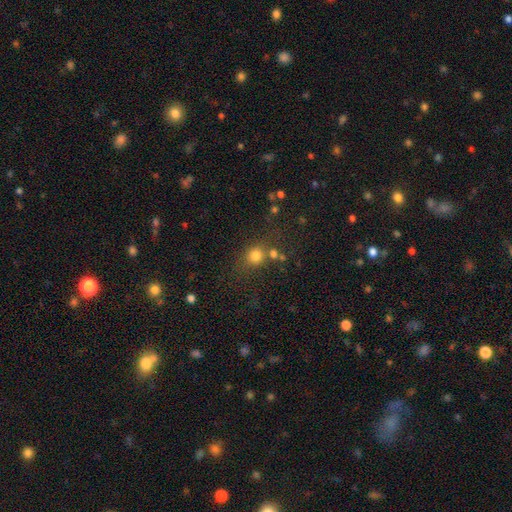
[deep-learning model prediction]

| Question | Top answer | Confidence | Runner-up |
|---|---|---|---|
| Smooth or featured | smooth | 76% | star or artifact (16%) |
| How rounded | round | 78% | in between (20%) |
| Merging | none | 60% | merger (20%) |